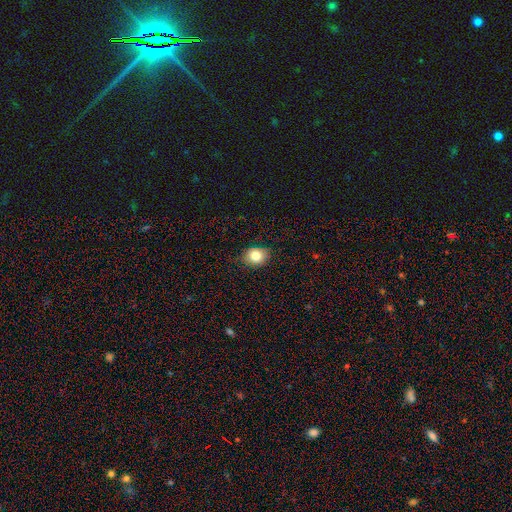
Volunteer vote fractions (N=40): smooth_or_featured: smooth (p=0.85) [alt: star or artifact p=0.10]
how_rounded: round (p=0.97) [alt: in between p=0.03]
merging: none (p=0.83) [alt: minor disturbance p=0.11]